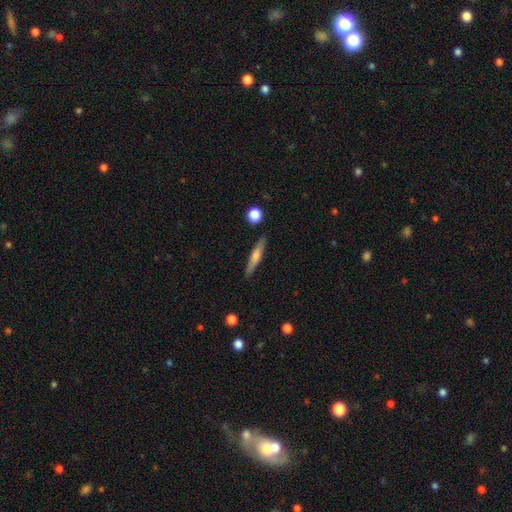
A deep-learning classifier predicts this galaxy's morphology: Smooth or featured: featured or disk — 49% (smooth — 45%)
Merging: none — 89% (minor disturbance — 8%)